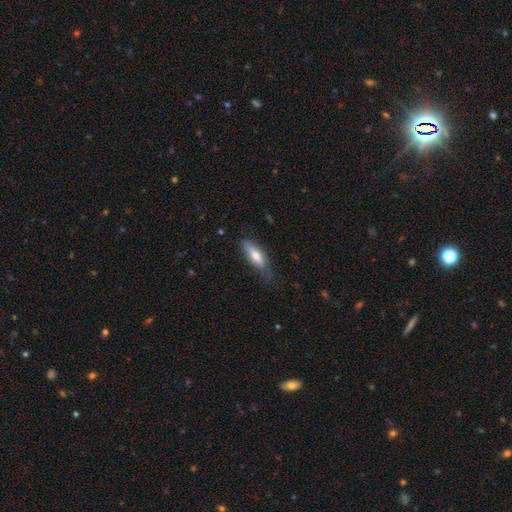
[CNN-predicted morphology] smooth 67%, featured or disk 27%, star or artifact 6%. Down the decision tree: how rounded — in between (52%); merging — none (60%).